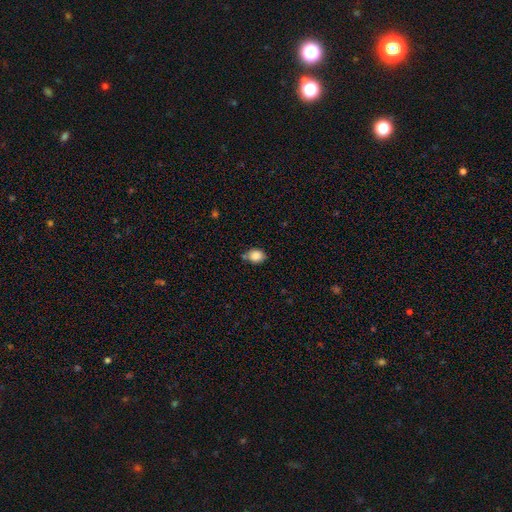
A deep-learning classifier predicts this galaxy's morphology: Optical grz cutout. It shows a smooth galaxy with no disk features (86%) that is in between round and cigar-shaped (51%). Merging: none (65%).